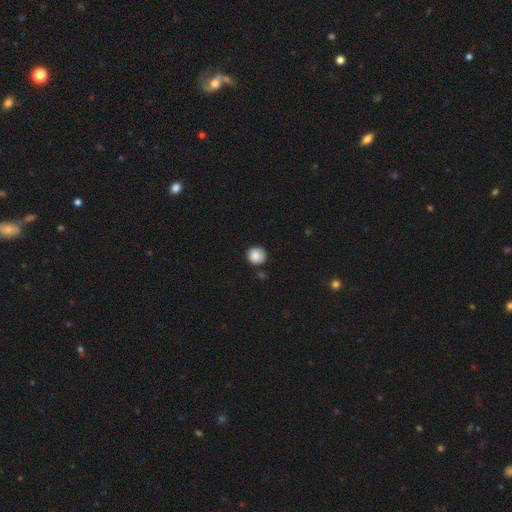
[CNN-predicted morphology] smooth-or-featured: smooth: 86% | star or artifact: 8% | featured or disk: 5%
  how-rounded: round: 92% | in between: 7% | cigar-shaped: 1%
  merging: none: 84% | minor disturbance: 11% | merger: 3% | major disturbance: 2%